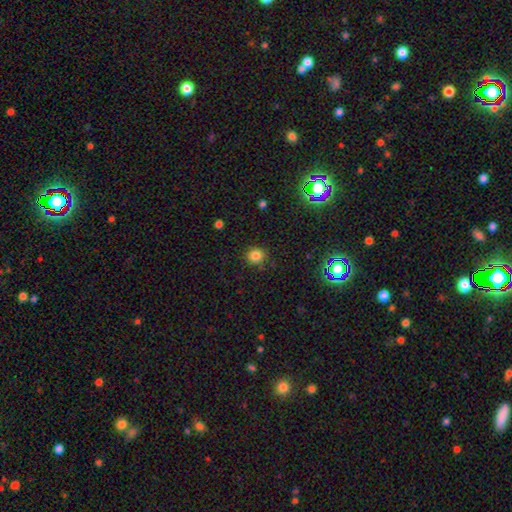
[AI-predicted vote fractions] Morphology: type=smooth (81%); roundness=round (81%); merging=none (85%).